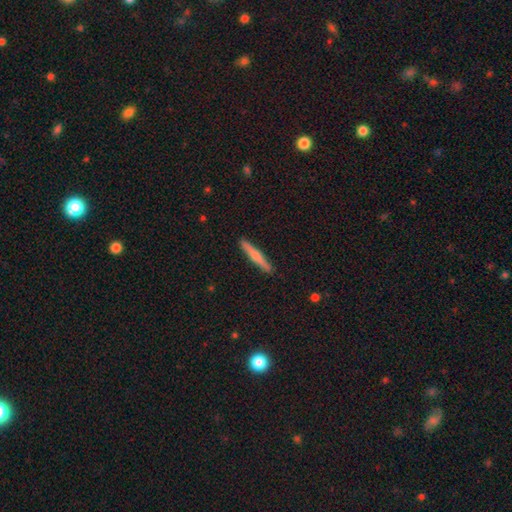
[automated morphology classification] Smooth or featured: smooth — 56% (featured or disk — 39%)
How rounded: cigar-shaped — 95% (in between — 4%)
Merging: none — 91% (minor disturbance — 7%)